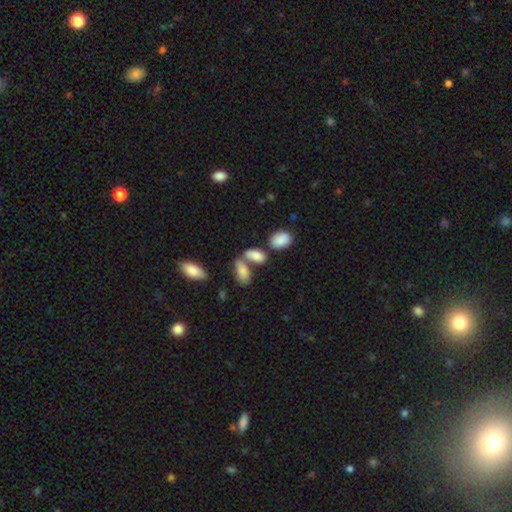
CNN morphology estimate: smooth-or-featured: smooth: 82% | featured or disk: 9% | star or artifact: 9%
  how-rounded: in between: 87% | cigar-shaped: 7% | round: 6%
  merging: none: 46% | merger: 35% | minor disturbance: 13% | major disturbance: 6%